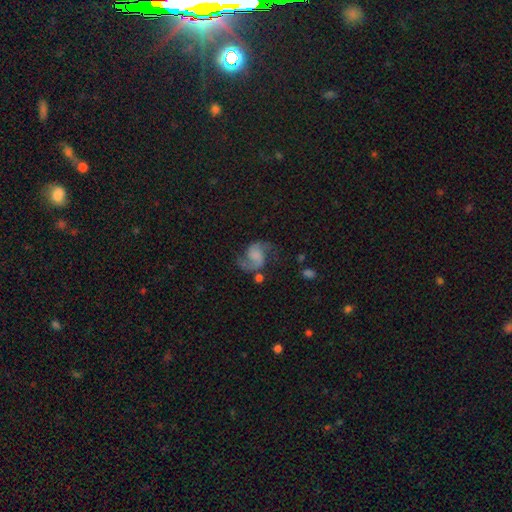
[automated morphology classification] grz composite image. It shows a featured or disk galaxy (84%) with no bar (57%), 2 (93%) loose (46%) spiral arms (97%) and no central bulge (54%). Merging: none (67%).